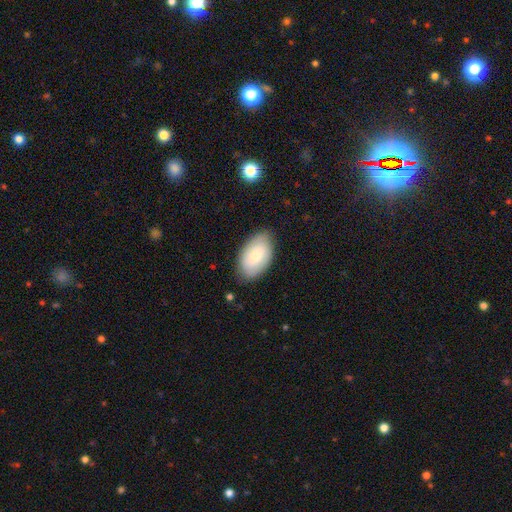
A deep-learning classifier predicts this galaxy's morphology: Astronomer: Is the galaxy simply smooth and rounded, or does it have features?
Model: smooth — 65%.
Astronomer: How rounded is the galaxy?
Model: in between — 93%.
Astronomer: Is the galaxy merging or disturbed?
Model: none — 80%.